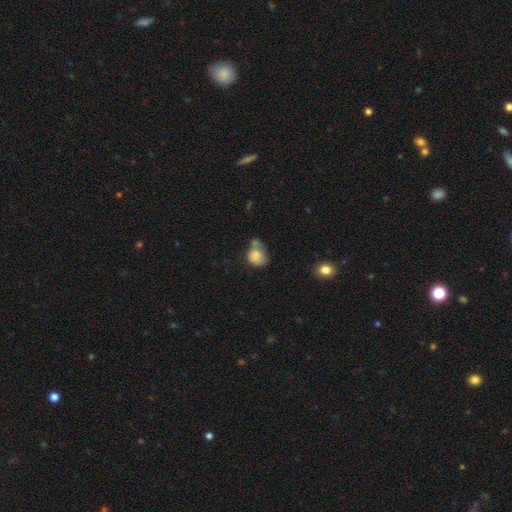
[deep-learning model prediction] Morphology: type=smooth (82%); roundness=round (60%); merging=none (33%).